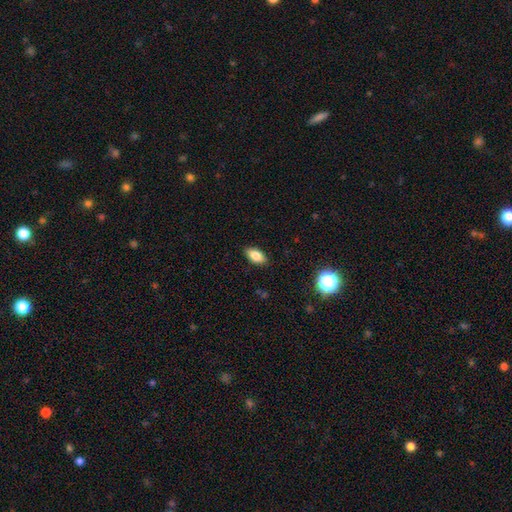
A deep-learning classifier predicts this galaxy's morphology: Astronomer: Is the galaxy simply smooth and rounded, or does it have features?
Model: smooth — 81%.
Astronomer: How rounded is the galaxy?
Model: in between — 89%.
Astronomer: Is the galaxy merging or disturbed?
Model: none — 88%.